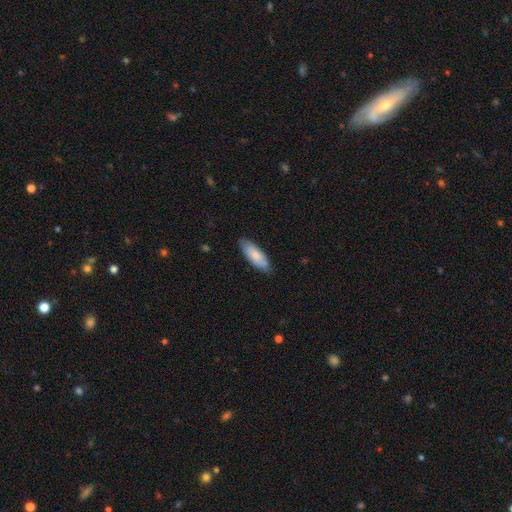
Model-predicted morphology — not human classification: The model was most divided on "how rounded": in between: 65%, cigar-shaped: 33%, round: 2%. More confident: merging — none (81%); smooth or featured — smooth (76%).